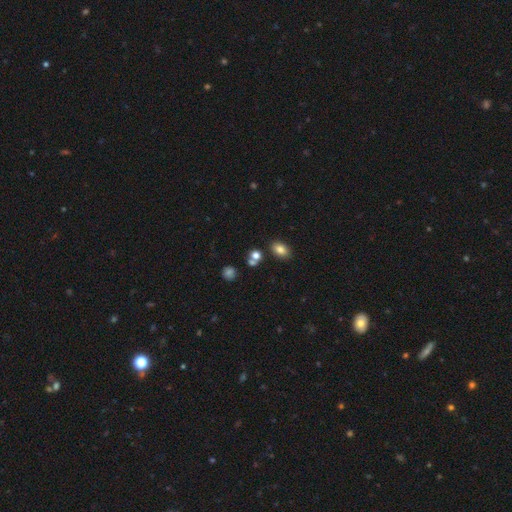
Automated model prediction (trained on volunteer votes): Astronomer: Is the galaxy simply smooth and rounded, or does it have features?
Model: smooth — 77%.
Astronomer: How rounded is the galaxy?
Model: round — 52% (runner-up: in between, 46%).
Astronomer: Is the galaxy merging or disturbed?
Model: none — 72%.